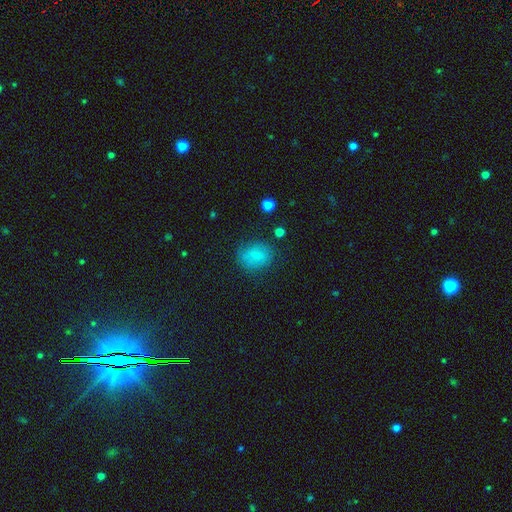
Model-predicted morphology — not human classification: Smooth or featured? Predicted: smooth (p=0.78). How rounded? Predicted: round (p=0.58). Merging? Predicted: none (p=0.73).